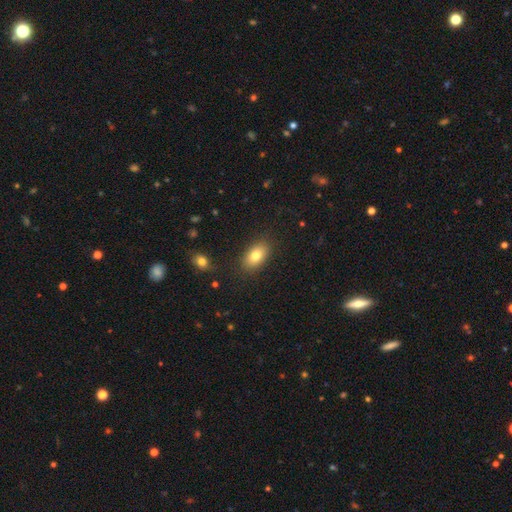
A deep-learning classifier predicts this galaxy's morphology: smooth-or-featured: smooth: 80% | featured or disk: 12% | star or artifact: 9%
  how-rounded: in between: 89% | round: 8% | cigar-shaped: 3%
  merging: none: 85% | minor disturbance: 10% | major disturbance: 3% | merger: 2%